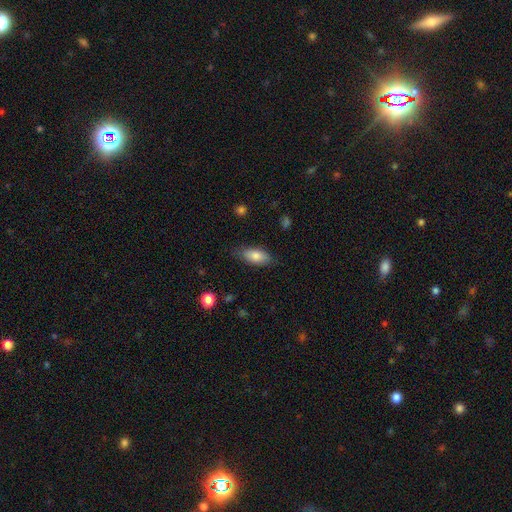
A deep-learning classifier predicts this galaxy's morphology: The model was most divided on "merging": none: 78%, minor disturbance: 17%, major disturbance: 3%, merger: 1%. More confident: how rounded — in between (87%); smooth or featured — smooth (80%).